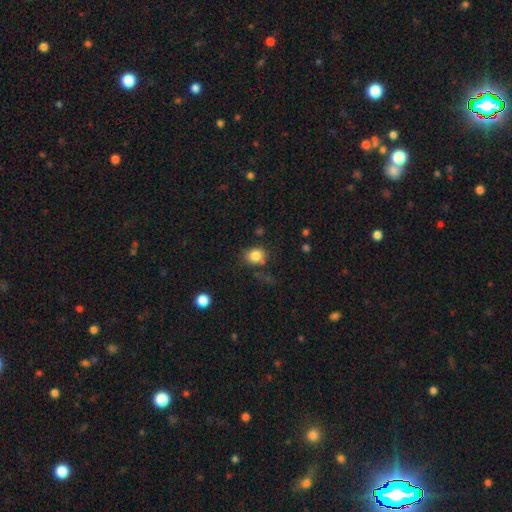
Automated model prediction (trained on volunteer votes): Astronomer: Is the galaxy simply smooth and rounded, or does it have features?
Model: smooth — 83%.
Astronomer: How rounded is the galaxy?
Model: round — 63%.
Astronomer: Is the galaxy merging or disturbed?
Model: none — 66%.